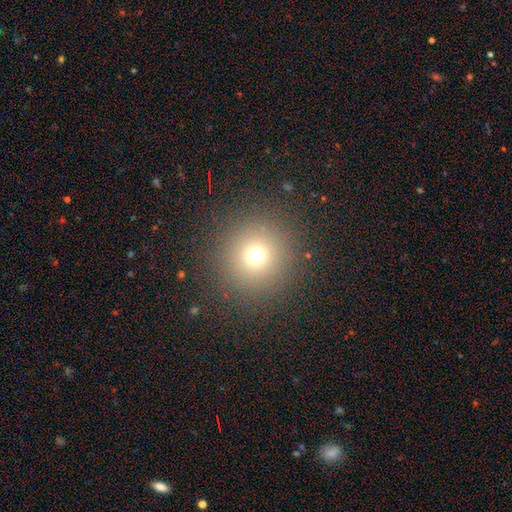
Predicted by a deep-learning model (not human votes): smooth 70%, star or artifact 20%, featured or disk 9%. Down the decision tree: how rounded — round (95%); merging — none (90%).